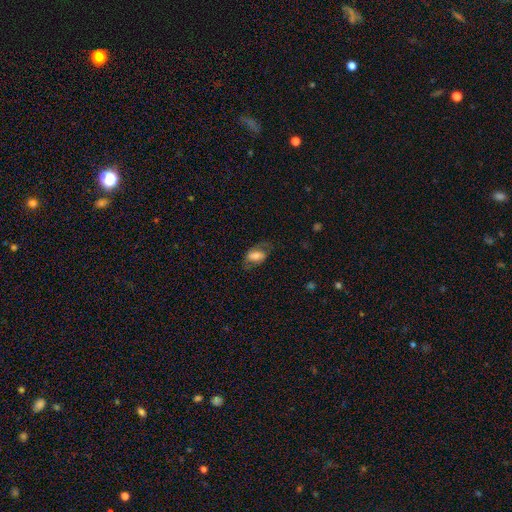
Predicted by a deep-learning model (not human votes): Smooth or featured? Predicted: smooth (p=0.62). How rounded? Predicted: in between (p=0.88). Merging? Predicted: none (p=0.60).